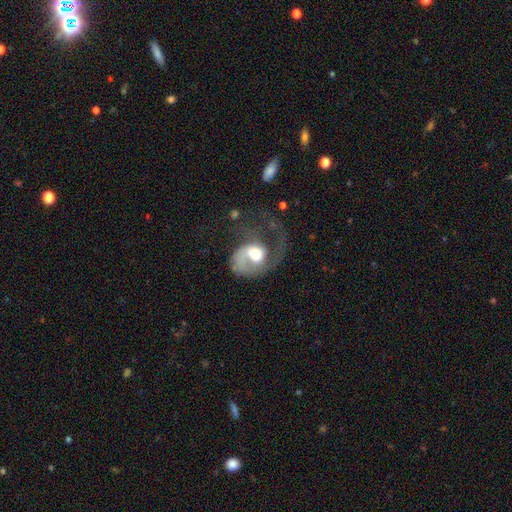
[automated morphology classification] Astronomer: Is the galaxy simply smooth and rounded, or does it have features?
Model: featured or disk — 73%.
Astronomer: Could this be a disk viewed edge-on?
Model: no — 98%.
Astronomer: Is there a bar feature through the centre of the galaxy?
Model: no — 63%.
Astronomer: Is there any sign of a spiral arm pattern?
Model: yes — 89%.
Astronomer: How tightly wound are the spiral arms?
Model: loose — 45% (runner-up: medium, 37%).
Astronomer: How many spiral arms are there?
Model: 1 — 79%.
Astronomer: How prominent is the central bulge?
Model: moderate — 51% (runner-up: large, 34%).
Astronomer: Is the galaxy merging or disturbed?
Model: major disturbance — 54%.